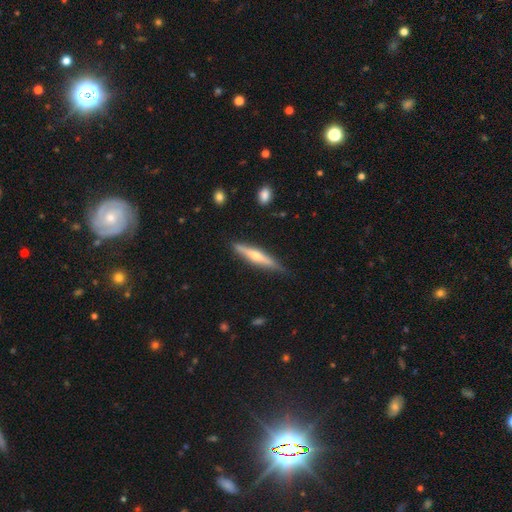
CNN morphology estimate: A featured or disk galaxy (58%) viewed edge-on (95%) with a rounded central bulge (81%).

Vote fractions:
- Smooth or featured? featured or disk: 58% / smooth: 36% / star or artifact: 6%
- Edge-on disk? yes: 95% / no: 5%
- Edge-on bulge? rounded: 81% / none: 14% / boxy: 5%
- Merging? none: 82% / minor disturbance: 14% / major disturbance: 2% / merger: 2%